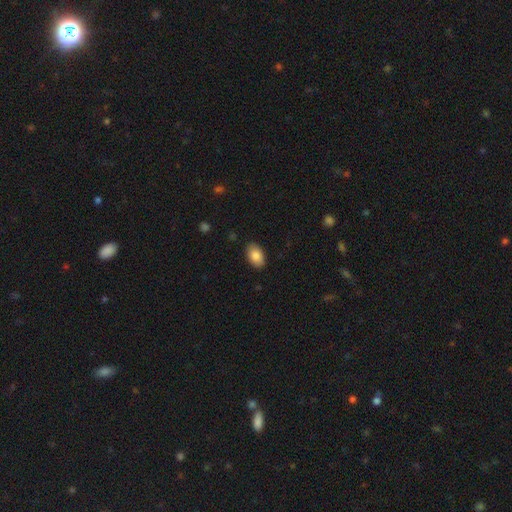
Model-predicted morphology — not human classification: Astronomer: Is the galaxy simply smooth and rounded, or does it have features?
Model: smooth — 86%.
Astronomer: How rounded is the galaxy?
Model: in between — 92%.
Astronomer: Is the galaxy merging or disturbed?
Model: none — 87%.